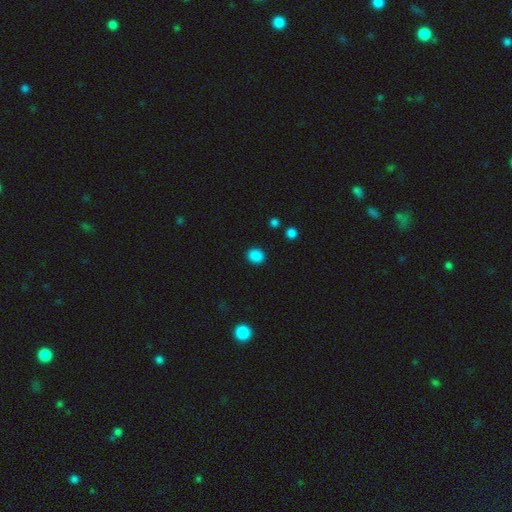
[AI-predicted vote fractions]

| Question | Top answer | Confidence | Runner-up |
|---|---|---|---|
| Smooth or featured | smooth | 86% | star or artifact (11%) |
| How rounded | round | 71% | in between (28%) |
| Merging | none | 89% | minor disturbance (7%) |